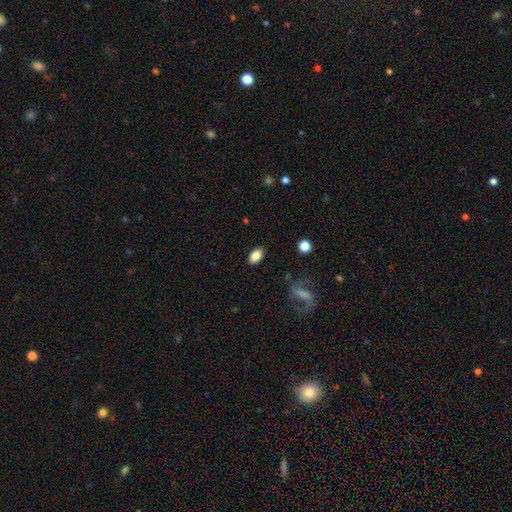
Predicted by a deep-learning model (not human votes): smooth_or_featured: smooth (p=0.85) [alt: star or artifact p=0.08]
how_rounded: in between (p=0.90) [alt: round p=0.08]
merging: none (p=0.87) [alt: minor disturbance p=0.09]